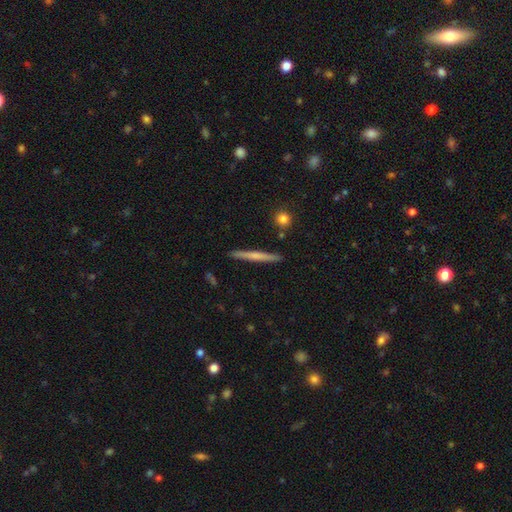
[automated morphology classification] Smooth or featured? featured or disk (48%)
Merging? none (90%)